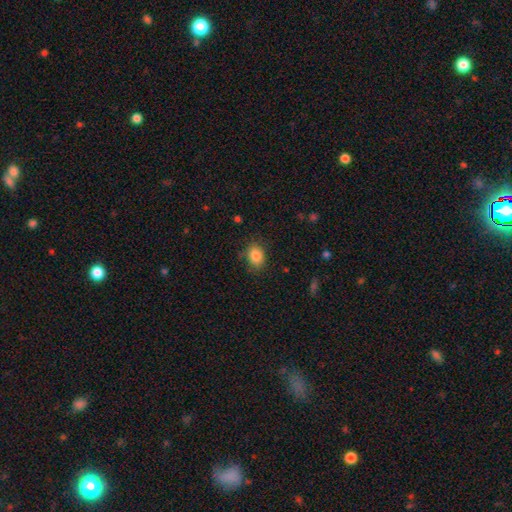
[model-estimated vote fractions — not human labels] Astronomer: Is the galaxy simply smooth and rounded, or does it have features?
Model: smooth — 85%.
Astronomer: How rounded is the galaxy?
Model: in between — 63%.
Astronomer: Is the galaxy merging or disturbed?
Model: none — 77%.